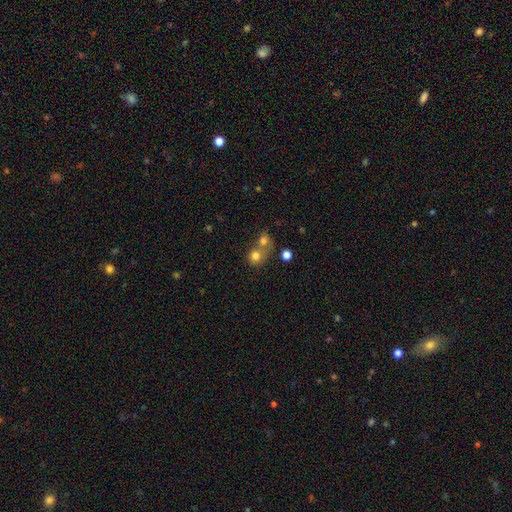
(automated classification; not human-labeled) A smooth galaxy with no disk features (77%) that is round (80%). Merging: merger (57%).